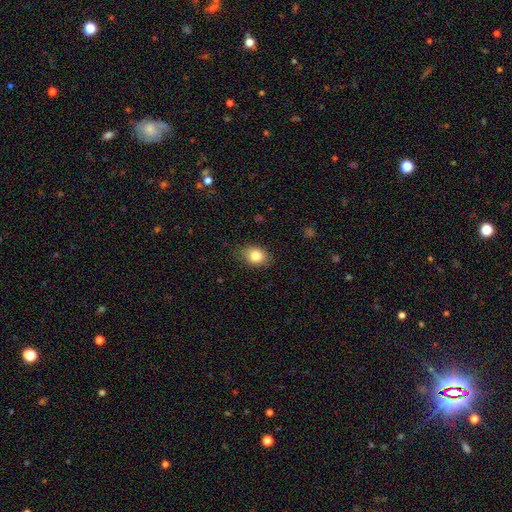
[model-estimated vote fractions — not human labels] Smooth or featured? smooth (83%)
How rounded? in between (64%)
Merging? none (80%)